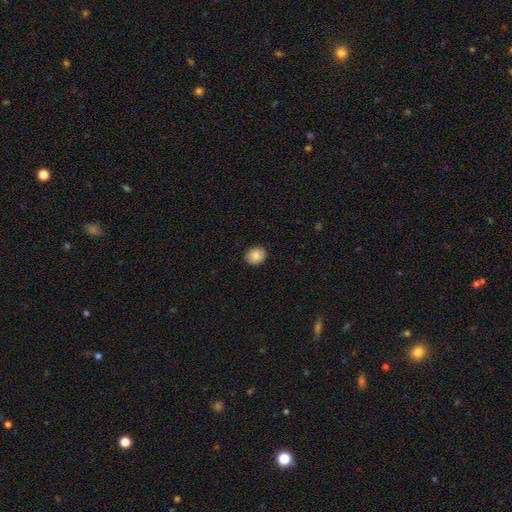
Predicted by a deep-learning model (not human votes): Morphology: type=smooth (86%); roundness=round (55%); merging=none (89%).